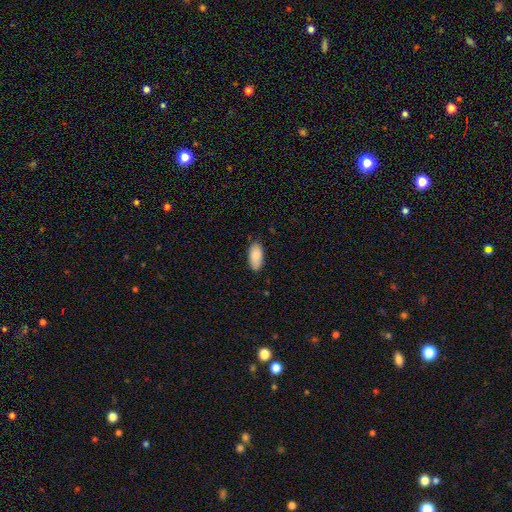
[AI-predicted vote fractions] smooth-or-featured: smooth: 87% | featured or disk: 7% | star or artifact: 6%
  how-rounded: in between: 93% | cigar-shaped: 5% | round: 2%
  merging: none: 84% | minor disturbance: 13% | major disturbance: 2% | merger: 1%